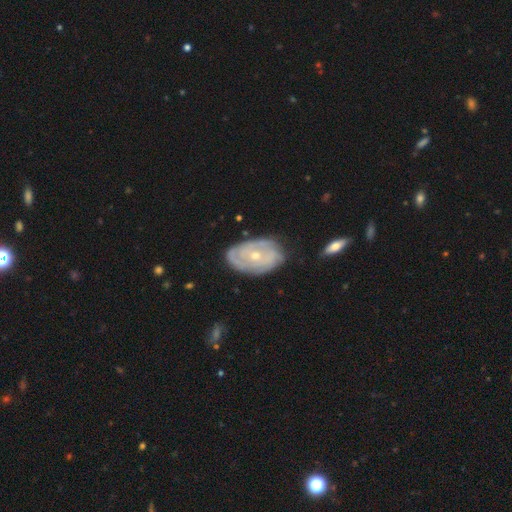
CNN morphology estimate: This appears to be a featured or disk galaxy (73%) with no bar (79%), tight (69%) spiral arms (73%) and a small central bulge (59%). Merging: none (69%).